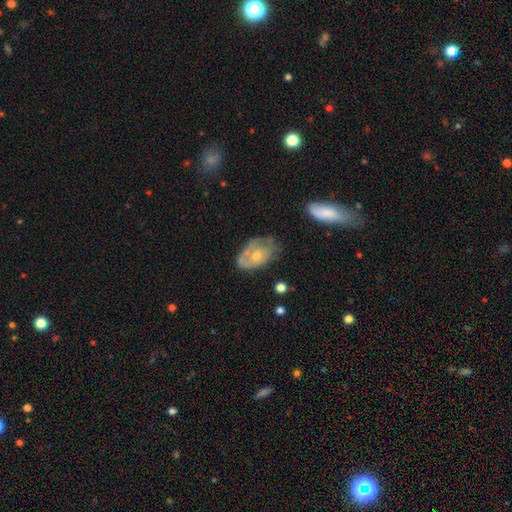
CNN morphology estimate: This appears to be a featured or disk galaxy (53%) with no bar (83%), no spiral arms (55%) and a small central bulge (48%). Merging: none (43%).